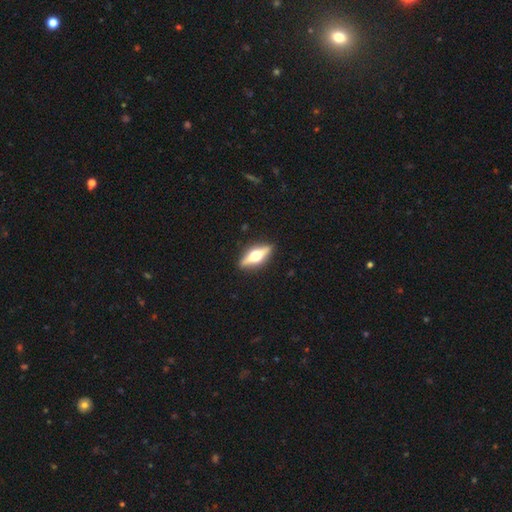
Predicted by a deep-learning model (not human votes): Smooth or featured? Predicted: featured or disk (p=0.70). Edge-on disk? Predicted: yes (p=0.95). Edge-on bulge? Predicted: rounded (p=0.96). Merging? Predicted: none (p=0.90).